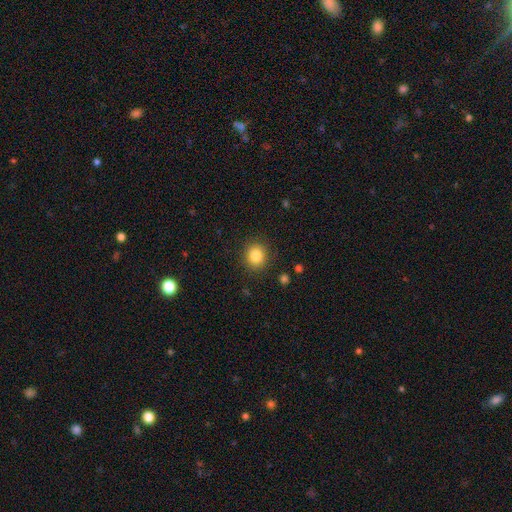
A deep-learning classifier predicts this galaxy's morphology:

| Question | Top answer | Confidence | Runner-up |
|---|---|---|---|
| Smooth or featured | smooth | 84% | star or artifact (10%) |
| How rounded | round | 81% | in between (19%) |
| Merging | none | 88% | minor disturbance (8%) |